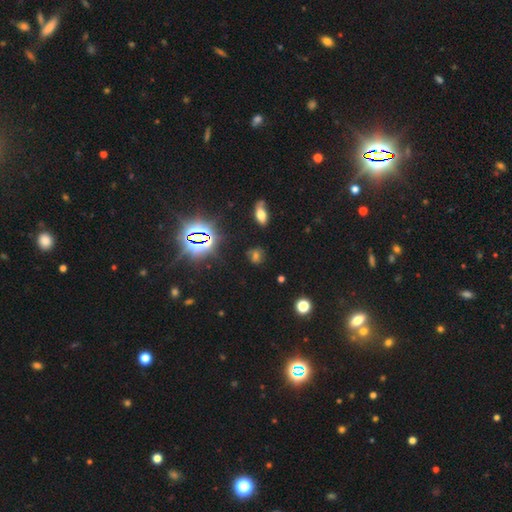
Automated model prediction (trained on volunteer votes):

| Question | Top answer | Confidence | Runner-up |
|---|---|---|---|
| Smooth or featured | star or artifact | 49% | smooth (39%) |